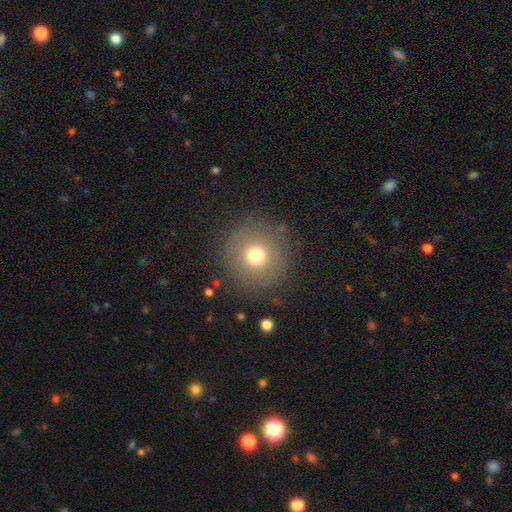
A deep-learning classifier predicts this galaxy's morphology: This appears to be a smooth galaxy with no disk features (71%) that is round (95%). Merging: none (85%).